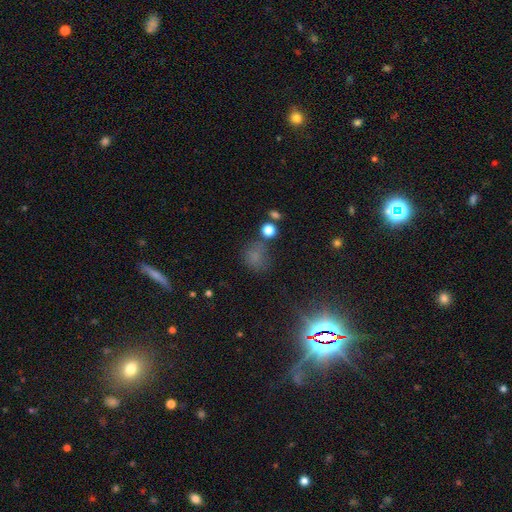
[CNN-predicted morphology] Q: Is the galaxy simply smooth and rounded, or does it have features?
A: smooth — 61%.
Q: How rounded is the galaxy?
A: round — 70%.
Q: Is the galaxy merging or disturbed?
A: none — 59%.